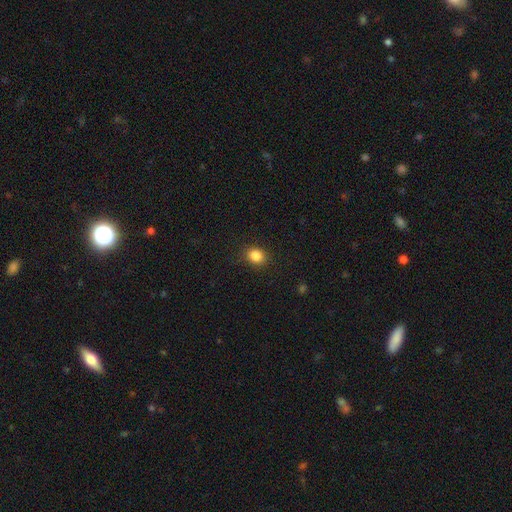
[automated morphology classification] smooth-or-featured: smooth: 85% | star or artifact: 11% | featured or disk: 4%
  how-rounded: round: 67% | in between: 32% | cigar-shaped: 1%
  merging: none: 88% | minor disturbance: 8% | major disturbance: 3% | merger: 1%